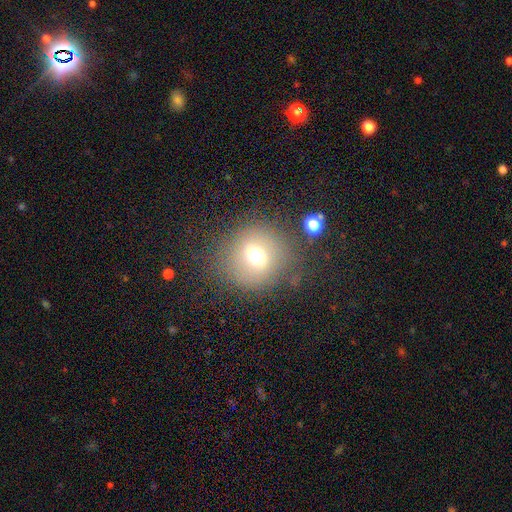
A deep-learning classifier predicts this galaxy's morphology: This appears to be a smooth galaxy with no disk features (63%) that is round (83%). Merging: none (68%).